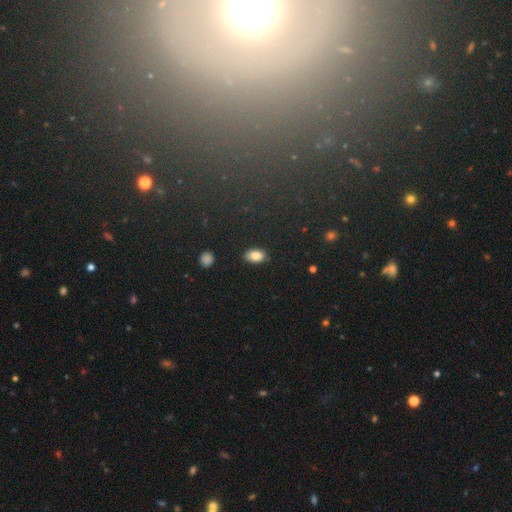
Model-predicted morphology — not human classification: Q: Smooth or featured?
A: smooth (85%); runner-up: star or artifact (8%)
Q: How rounded?
A: in between (91%); runner-up: round (7%)
Q: Merging?
A: none (85%); runner-up: minor disturbance (11%)